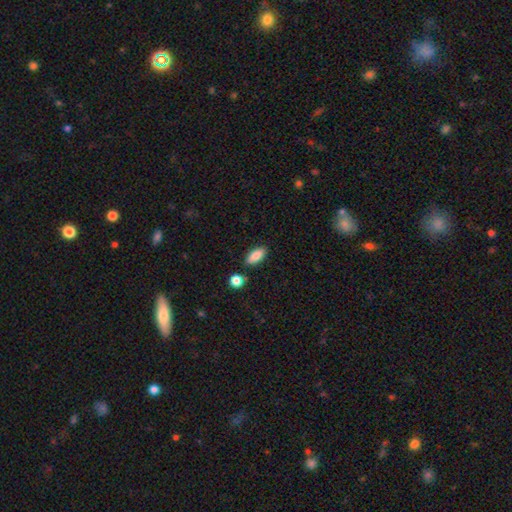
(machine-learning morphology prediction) Smooth or featured?
  - smooth: 86% *
  - featured or disk: 7%
  - star or artifact: 7%
How rounded?
  - in between: 88% *
  - cigar-shaped: 9%
  - round: 3%
Merging?
  - none: 83% *
  - minor disturbance: 10%
  - merger: 5%
  - major disturbance: 2%